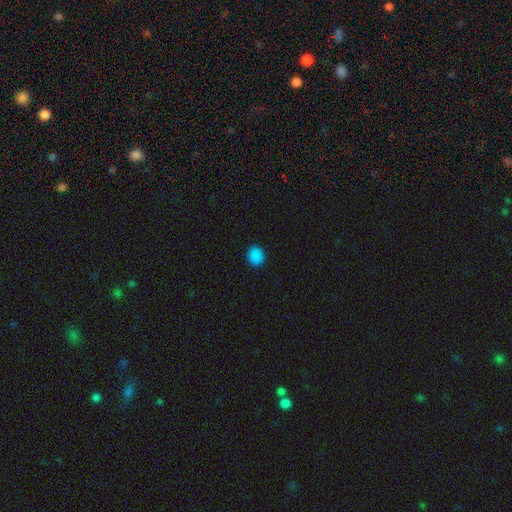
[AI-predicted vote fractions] Smooth or featured? Predicted: smooth (p=0.86). How rounded? Predicted: round (p=0.79). Merging? Predicted: none (p=0.91).